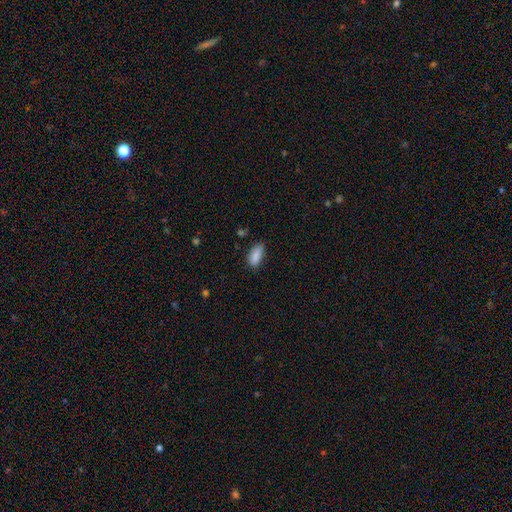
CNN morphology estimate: Smooth or featured: smooth — 87% (star or artifact — 7%)
How rounded: in between — 86% (cigar-shaped — 11%)
Merging: none — 72% (minor disturbance — 22%)